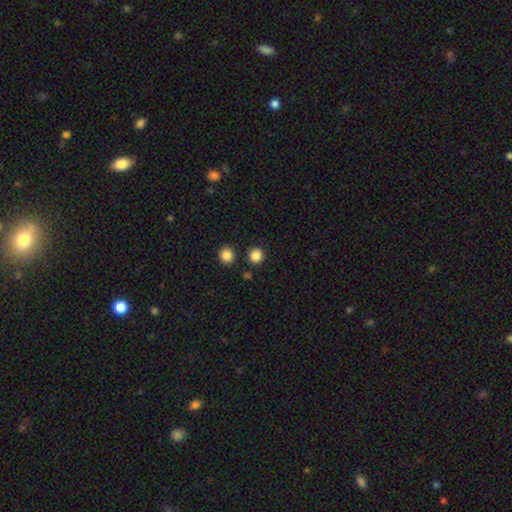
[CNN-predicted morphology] A smooth galaxy with no disk features (85%) that is round (93%).

Vote fractions:
- Smooth or featured? smooth: 85% / star or artifact: 12% / featured or disk: 3%
- How rounded? round: 93% / in between: 6% / cigar-shaped: 1%
- Merging? none: 88% / minor disturbance: 5% / merger: 5% / major disturbance: 2%